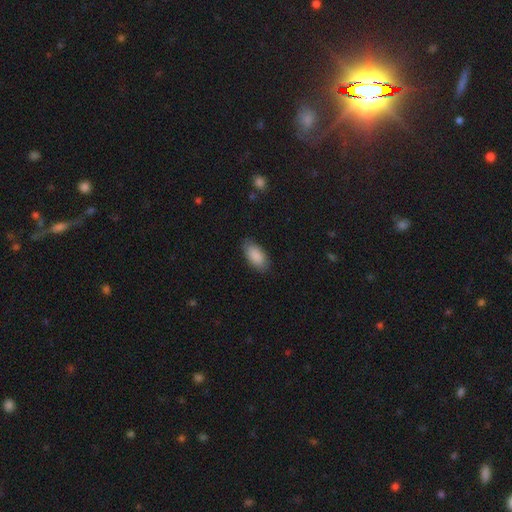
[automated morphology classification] The model was most divided on "merging": none: 83%, minor disturbance: 14%, major disturbance: 3%, merger: 1%. More confident: how rounded — in between (93%); smooth or featured — smooth (89%).